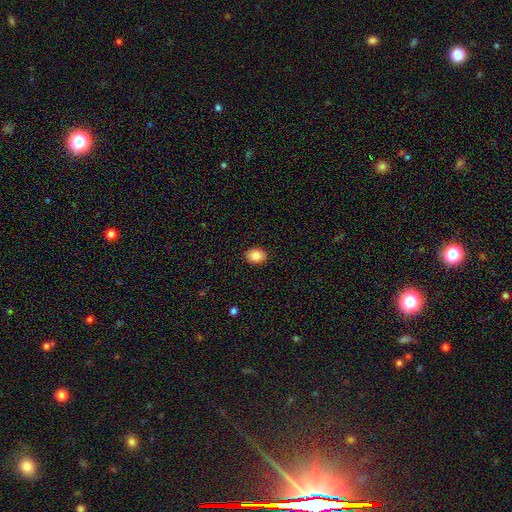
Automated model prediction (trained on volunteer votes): Q: Smooth or featured?
A: smooth (85%); runner-up: star or artifact (8%)
Q: How rounded?
A: in between (63%); runner-up: round (36%)
Q: Merging?
A: none (91%); runner-up: minor disturbance (7%)